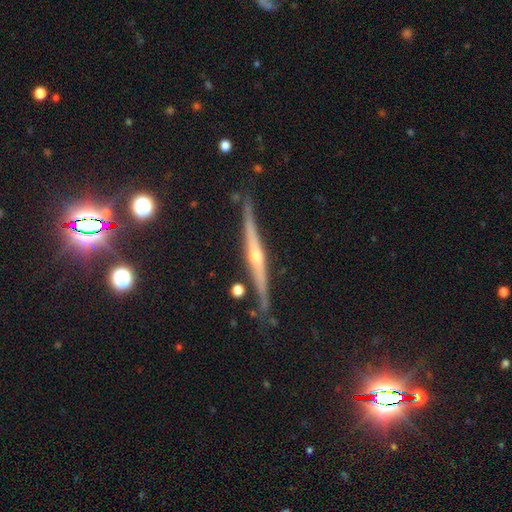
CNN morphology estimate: smooth_or_featured: featured or disk (p=0.84) [alt: smooth p=0.09]
disk_edge_on: yes (p=0.98) [alt: no p=0.02]
edge_on_bulge: rounded (p=0.87) [alt: none p=0.09]
merging: none (p=0.87) [alt: minor disturbance p=0.09]